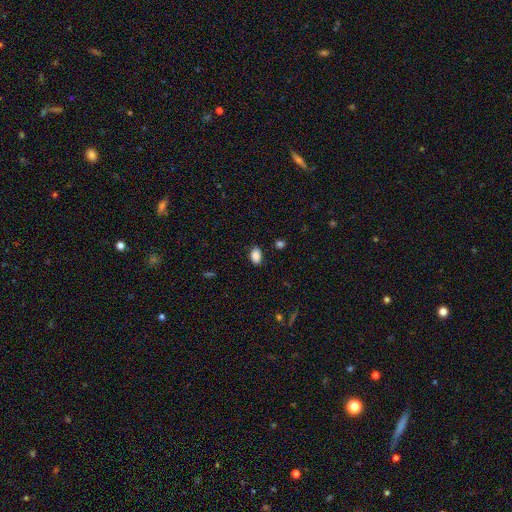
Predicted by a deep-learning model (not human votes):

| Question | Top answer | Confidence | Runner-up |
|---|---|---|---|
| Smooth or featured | smooth | 88% | star or artifact (8%) |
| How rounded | in between | 88% | round (11%) |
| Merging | none | 86% | minor disturbance (10%) |